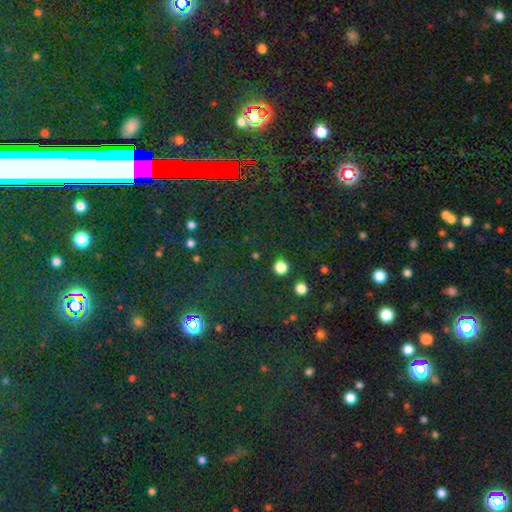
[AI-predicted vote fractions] This appears to be a star or artifact, not a galaxy (63%).